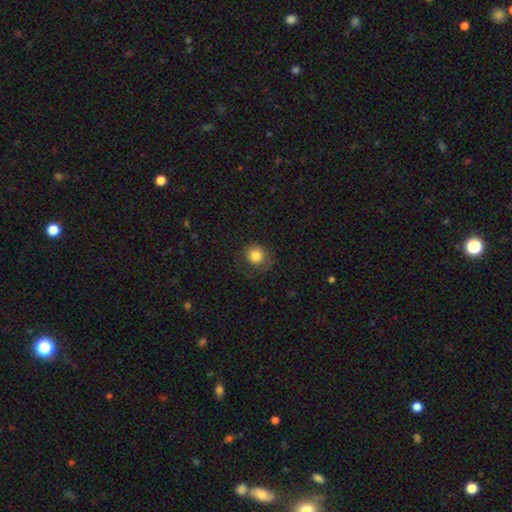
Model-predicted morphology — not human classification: smooth 82%, star or artifact 10%, featured or disk 9%. Down the decision tree: how rounded — round (86%); merging — none (66%).